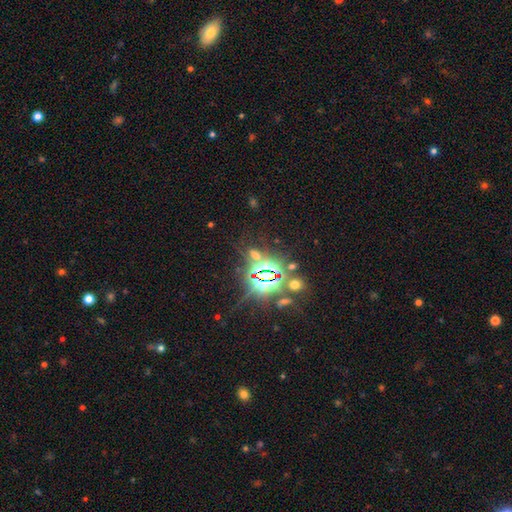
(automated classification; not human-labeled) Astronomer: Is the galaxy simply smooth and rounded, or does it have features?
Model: star or artifact — 72%.